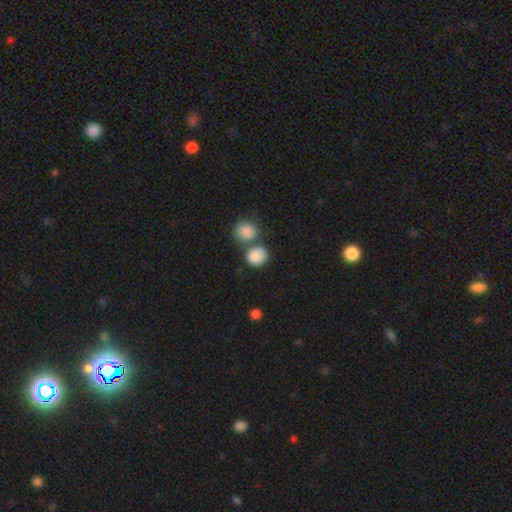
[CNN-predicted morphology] type=smooth (87%); roundness=round (77%); merging=none (48%).